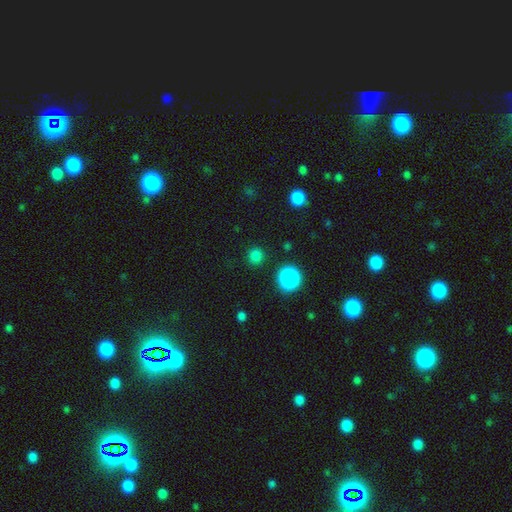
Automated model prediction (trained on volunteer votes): Morphology: type=smooth (79%); roundness=round (92%); merging=none (89%).